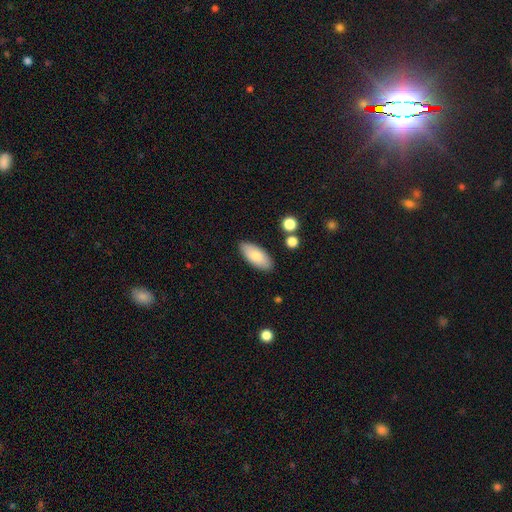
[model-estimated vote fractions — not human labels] Smooth or featured? smooth (78%)
How rounded? in between (87%)
Merging? none (87%)